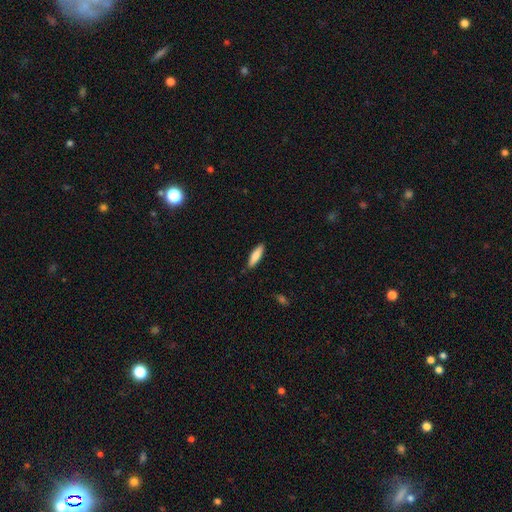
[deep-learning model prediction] This is clearly a smooth galaxy (84%). How rounded: likely cigar-shaped (60%). Merging: clearly none (88%).